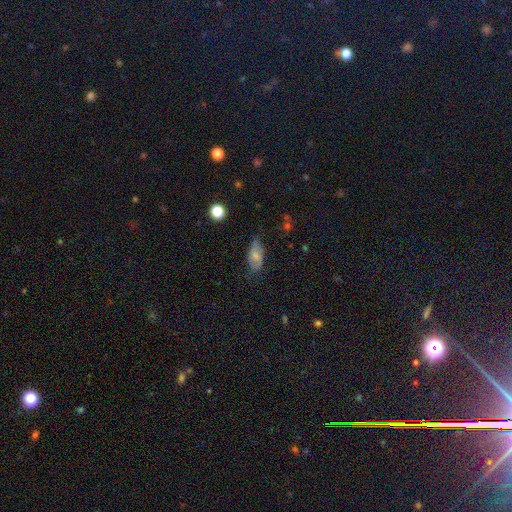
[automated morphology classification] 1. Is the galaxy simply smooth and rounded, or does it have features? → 71% smooth, 21% featured or disk, 8% star or artifact.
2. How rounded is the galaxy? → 89% in between, 7% cigar-shaped, 4% round.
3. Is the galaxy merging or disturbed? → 65% none, 27% minor disturbance, 6% major disturbance, 2% merger.